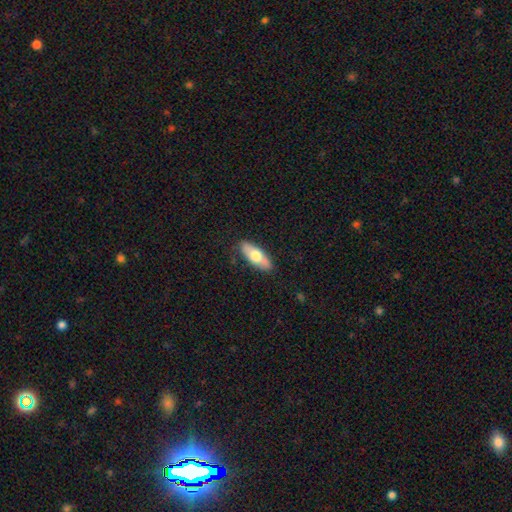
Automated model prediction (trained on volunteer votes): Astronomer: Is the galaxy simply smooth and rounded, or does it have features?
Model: smooth — 62%.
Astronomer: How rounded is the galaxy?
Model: in between — 74%.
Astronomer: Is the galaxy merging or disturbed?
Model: none — 85%.